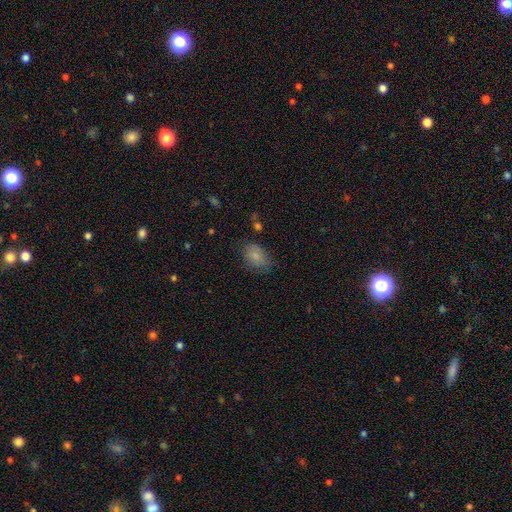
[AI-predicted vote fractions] This appears to be a smooth galaxy with no disk features (82%) that is in between round and cigar-shaped (84%). Merging: none (68%).